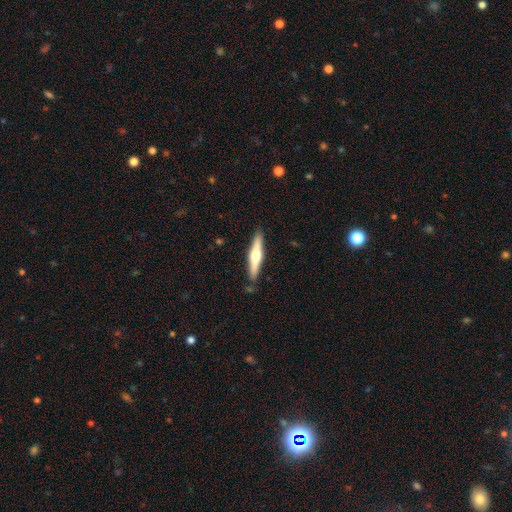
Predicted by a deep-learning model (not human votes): featured or disk 58%, smooth 37%, star or artifact 5%. Down the decision tree: edge-on disk — yes (97%); edge-on bulge — rounded (92%); merging — none (88%).